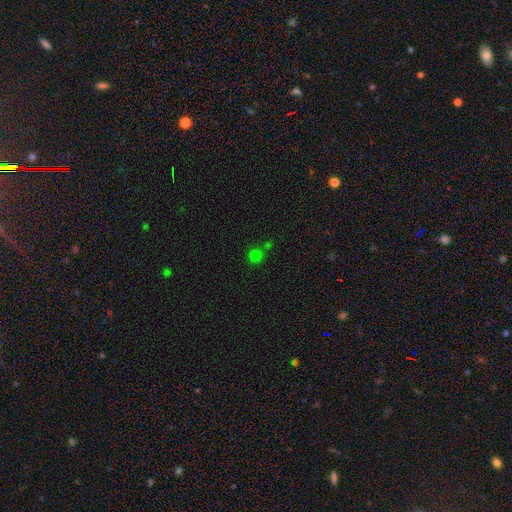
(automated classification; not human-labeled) This appears to be a smooth galaxy with no disk features (69%) that is round (92%). Merging: none (71%).